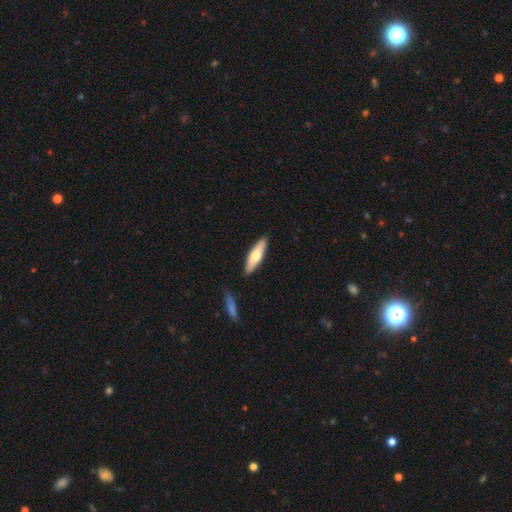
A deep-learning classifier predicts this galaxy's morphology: smooth-or-featured: smooth: 61% | featured or disk: 33% | star or artifact: 5%
  how-rounded: cigar-shaped: 61% | in between: 37% | round: 2%
  merging: none: 87% | minor disturbance: 9% | merger: 2% | major disturbance: 2%